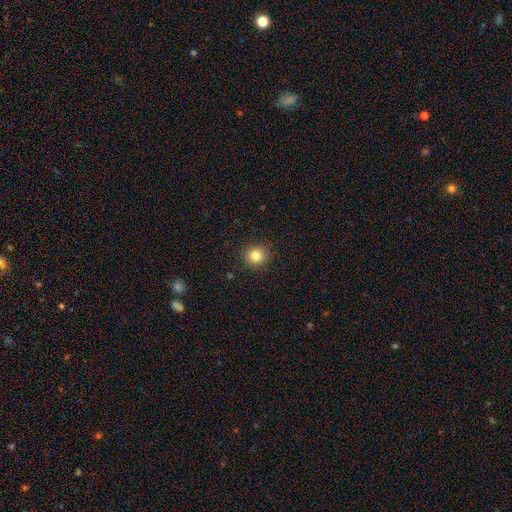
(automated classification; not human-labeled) This is clearly a smooth galaxy (83%). How rounded: clearly round (88%). Merging: clearly none (90%).